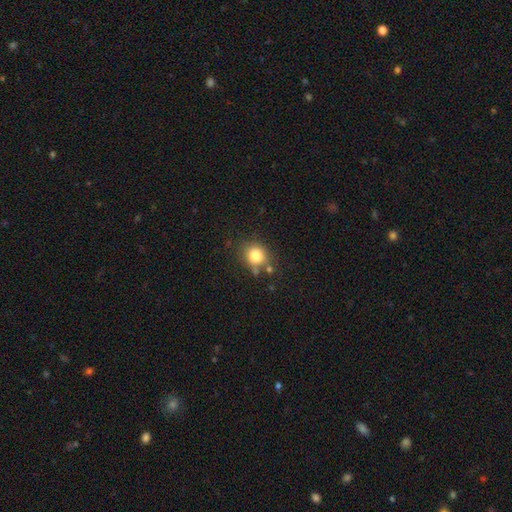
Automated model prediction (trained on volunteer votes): A smooth galaxy with no disk features (81%) that is round (77%). Merging: none (69%).